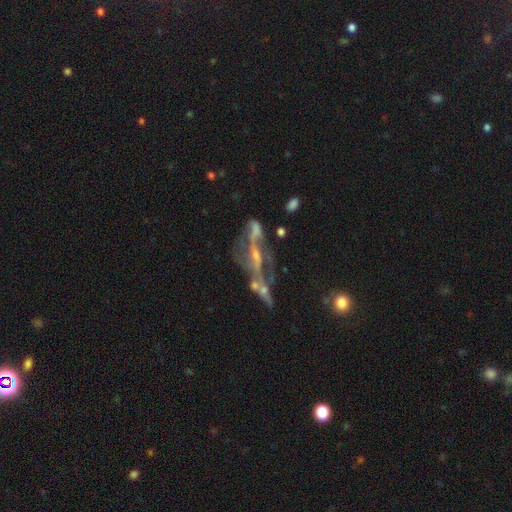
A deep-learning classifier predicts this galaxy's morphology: Smooth or featured? Predicted: featured or disk (p=0.76). Edge-on disk? Predicted: no (p=0.83). Bar? Predicted: no (p=0.39). Spiral arms? Predicted: yes (p=0.64). Bulge size? Predicted: small (p=0.51). Merging? Predicted: merger (p=0.31).